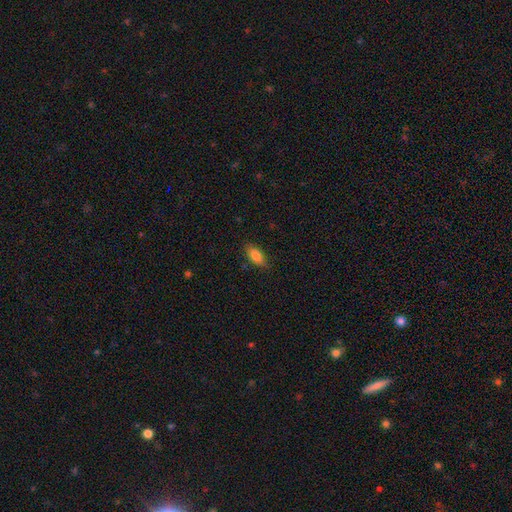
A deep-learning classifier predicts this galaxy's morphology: This is clearly a smooth galaxy (85%). How rounded: clearly in between (87%). Merging: clearly none (82%).